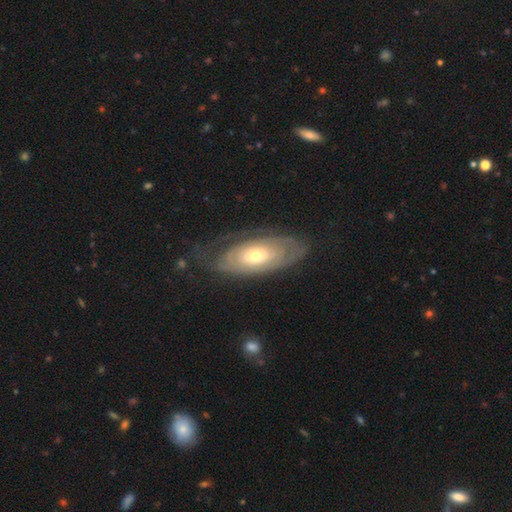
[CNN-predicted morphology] featured or disk 67%, smooth 28%, star or artifact 6%. Down the decision tree: edge-on disk — no (88%); bar — no (82%); spiral arms — yes (61%); bulge size — moderate (51%); merging — none (66%).